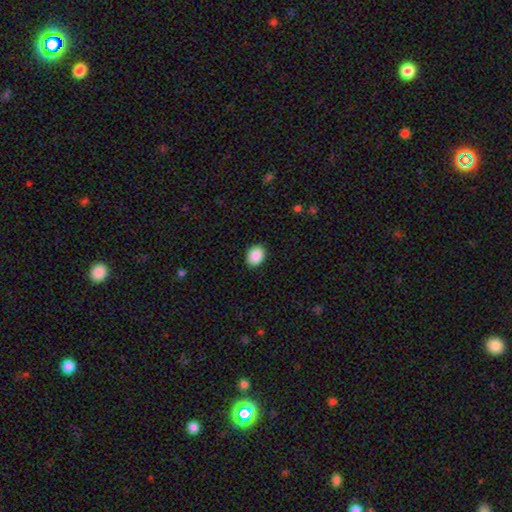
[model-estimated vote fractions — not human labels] Smooth or featured: smooth — 90% (star or artifact — 8%)
How rounded: in between — 57% (round — 42%)
Merging: none — 90% (minor disturbance — 7%)